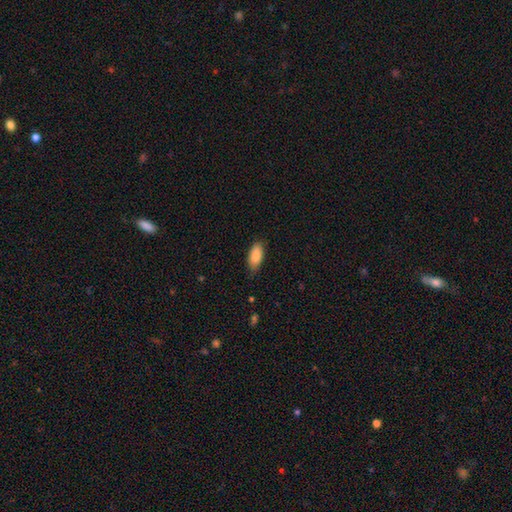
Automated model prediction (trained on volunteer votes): smooth-or-featured: smooth: 88% | star or artifact: 6% | featured or disk: 5%
  how-rounded: in between: 88% | cigar-shaped: 10% | round: 2%
  merging: none: 74% | minor disturbance: 21% | major disturbance: 3% | merger: 1%